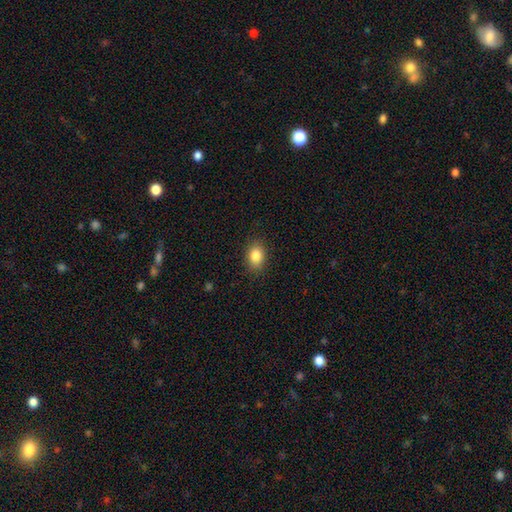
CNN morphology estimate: Smooth or featured? smooth (85%)
How rounded? in between (73%)
Merging? none (87%)